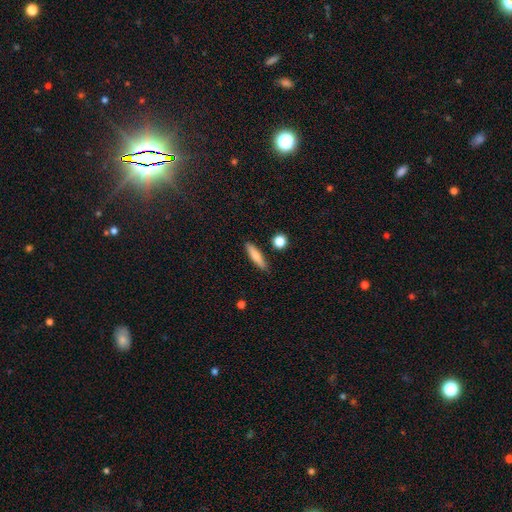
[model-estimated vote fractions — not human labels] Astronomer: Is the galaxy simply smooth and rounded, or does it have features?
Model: smooth — 75%.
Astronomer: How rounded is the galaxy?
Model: cigar-shaped — 77%.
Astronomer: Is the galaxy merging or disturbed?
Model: none — 86%.